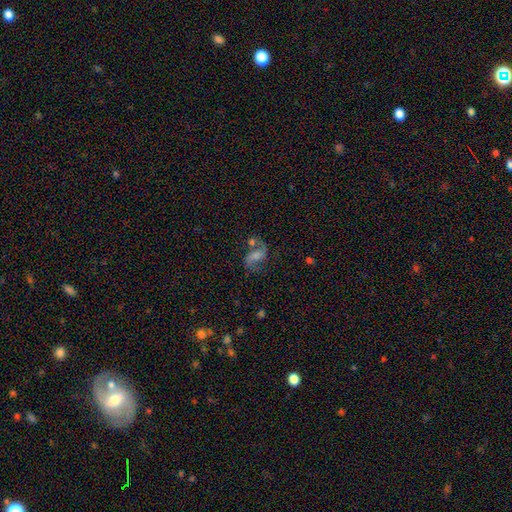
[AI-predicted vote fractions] A featured or disk galaxy (77%) with a weak bar (46%), 2 (91%) loose (51%) spiral arms (94%) and a moderate central bulge (36%).

Vote fractions:
- Smooth or featured? featured or disk: 77% / star or artifact: 12% / smooth: 12%
- Edge-on disk? no: 97% / yes: 3%
- Bar? weak: 46% / no: 31% / strong: 23%
- Spiral arms? yes: 94% / no: 6%
- Spiral winding? loose: 51% / medium: 40% / tight: 9%
- Spiral arm count? 2: 91% / 1: 3% / can't tell: 3% / 3: 1% / 4: 1% / more than 4: 1%
- Bulge size? moderate: 36% / small: 33% / none: 19% / large: 10% / dominant: 2%
- Merging? none: 62% / minor disturbance: 15% / merger: 12% / major disturbance: 11%